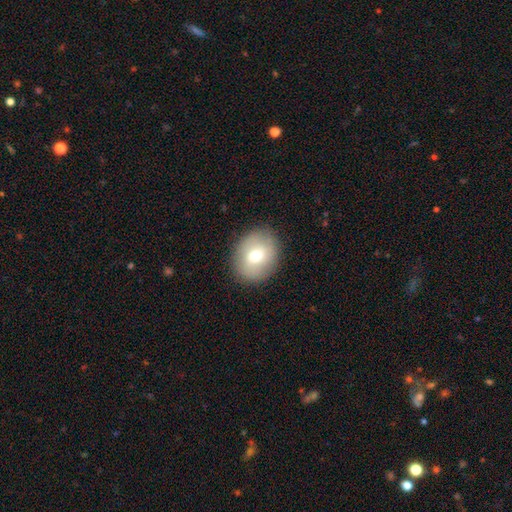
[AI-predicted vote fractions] smooth_or_featured: smooth (p=0.67) [alt: featured or disk p=0.24]
how_rounded: round (p=0.62) [alt: in between p=0.37]
merging: none (p=0.87) [alt: minor disturbance p=0.09]